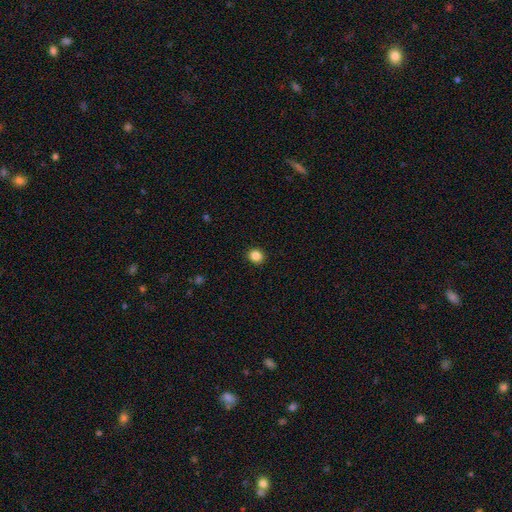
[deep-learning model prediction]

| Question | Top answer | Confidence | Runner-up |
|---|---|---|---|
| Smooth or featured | smooth | 86% | star or artifact (11%) |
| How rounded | round | 80% | in between (19%) |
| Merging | none | 92% | minor disturbance (6%) |